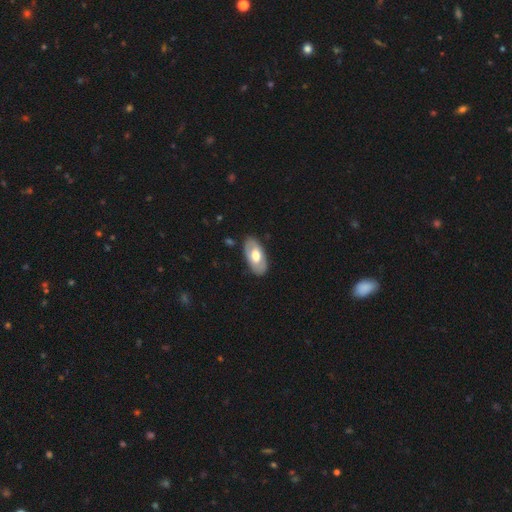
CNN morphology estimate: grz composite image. It shows a smooth galaxy with no disk features (52%) that is in between round and cigar-shaped (93%). Merging: none (84%).